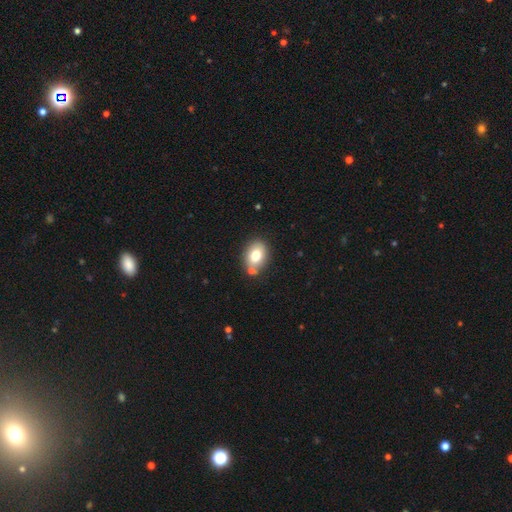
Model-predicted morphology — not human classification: This appears to be a smooth galaxy with no disk features (76%) that is in between round and cigar-shaped (70%). Merging: none (72%).